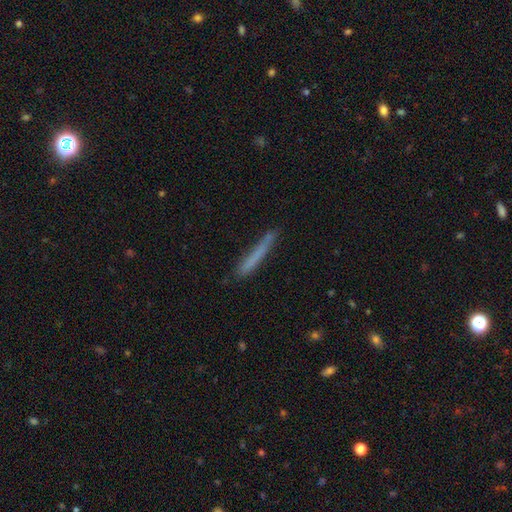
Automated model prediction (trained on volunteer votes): Morphology: type=smooth (68%); roundness=cigar-shaped (96%); merging=none (78%).